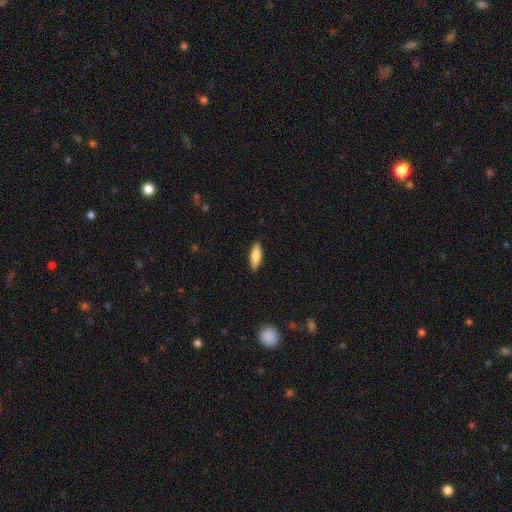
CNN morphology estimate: A smooth galaxy with no disk features (78%) that is in between round and cigar-shaped (56%).

Vote fractions:
- Smooth or featured? smooth: 78% / featured or disk: 16% / star or artifact: 6%
- How rounded? in between: 56% / cigar-shaped: 42% / round: 2%
- Merging? none: 89% / minor disturbance: 8% / major disturbance: 2% / merger: 1%